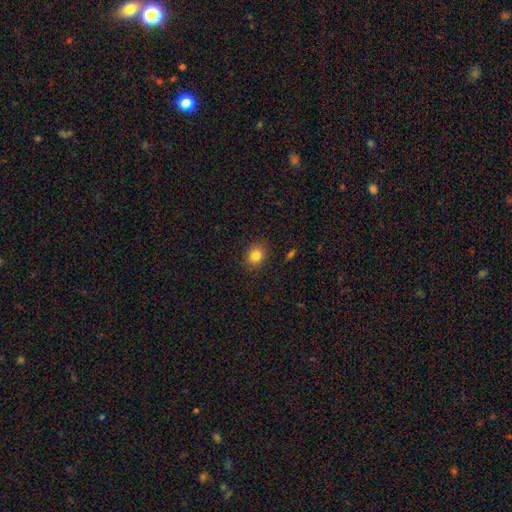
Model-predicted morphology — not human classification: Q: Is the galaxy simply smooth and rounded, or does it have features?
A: smooth — 83%.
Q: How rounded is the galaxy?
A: round — 62%.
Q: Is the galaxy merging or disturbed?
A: none — 87%.